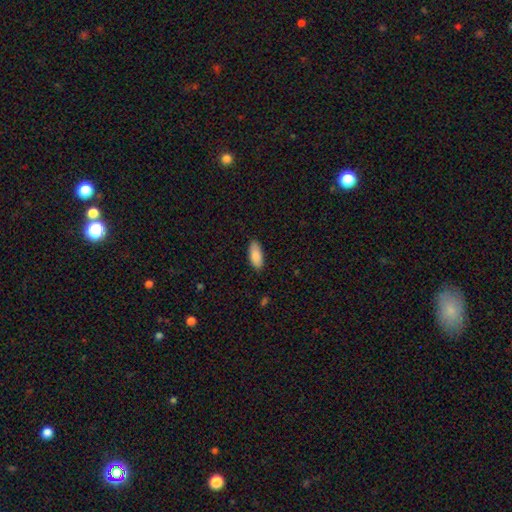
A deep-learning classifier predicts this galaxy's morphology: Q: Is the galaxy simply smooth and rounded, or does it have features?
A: smooth — 88%.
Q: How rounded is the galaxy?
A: in between — 87%.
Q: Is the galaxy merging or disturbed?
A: none — 86%.